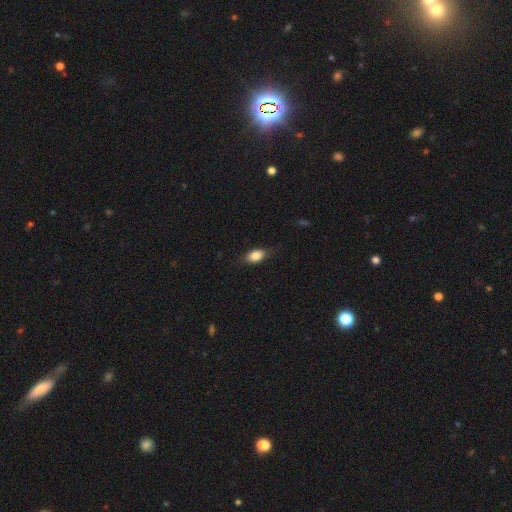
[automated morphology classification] A smooth galaxy with no disk features (83%) that is in between round and cigar-shaped (84%).

Vote fractions:
- Smooth or featured? smooth: 83% / featured or disk: 10% / star or artifact: 8%
- How rounded? in between: 84% / round: 12% / cigar-shaped: 4%
- Merging? none: 80% / minor disturbance: 16% / major disturbance: 3% / merger: 1%